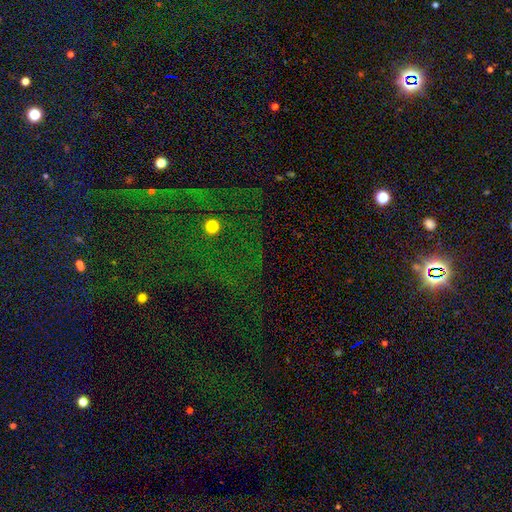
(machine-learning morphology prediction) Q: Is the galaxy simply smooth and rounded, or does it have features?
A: star or artifact — 76%.